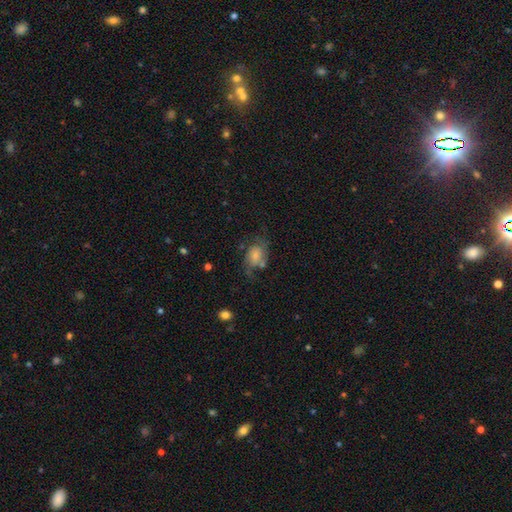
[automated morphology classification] Smooth or featured: featured or disk — 48% (smooth — 44%)
Merging: none — 42% (minor disturbance — 26%)